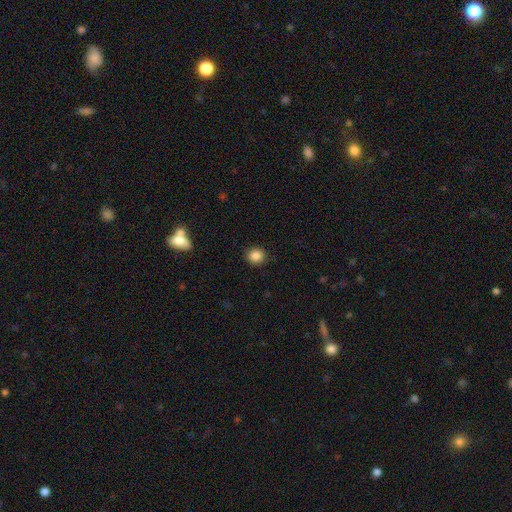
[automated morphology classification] A smooth galaxy with no disk features (87%) that is round (83%).

Vote fractions:
- Smooth or featured? smooth: 87% / star or artifact: 10% / featured or disk: 4%
- How rounded? round: 83% / in between: 16% / cigar-shaped: 1%
- Merging? none: 90% / minor disturbance: 7% / major disturbance: 2% / merger: 1%